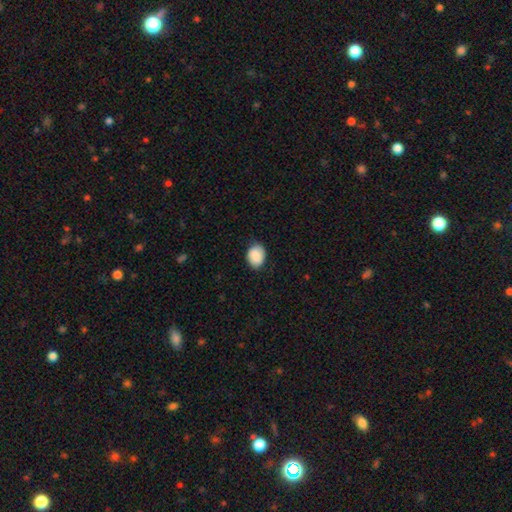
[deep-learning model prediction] This is clearly a smooth galaxy (88%). How rounded: likely in between (64%). Merging: likely none (80%).